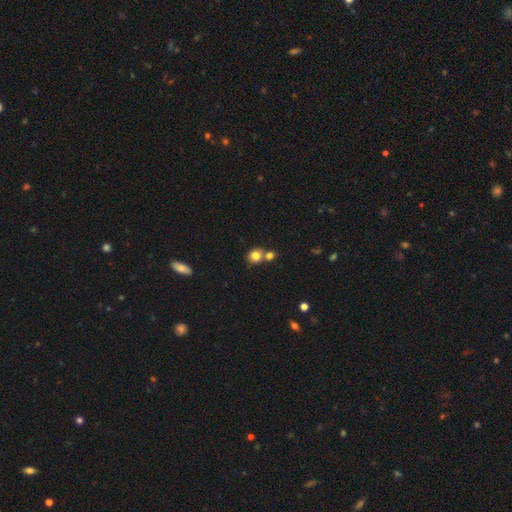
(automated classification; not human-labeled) Q: Smooth or featured?
A: smooth (80%); runner-up: star or artifact (11%)
Q: How rounded?
A: round (78%); runner-up: in between (21%)
Q: Merging?
A: none (50%); runner-up: merger (38%)